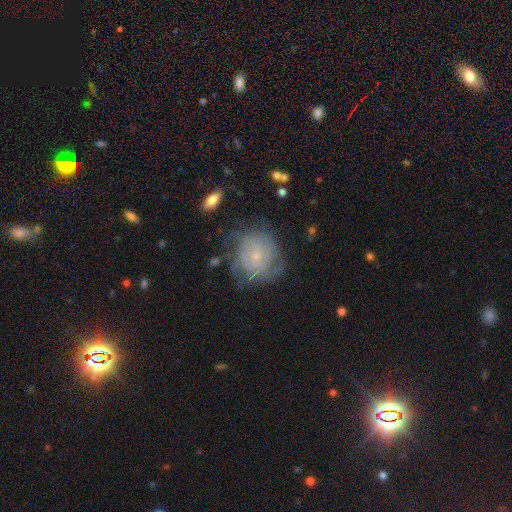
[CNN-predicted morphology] smooth_or_featured: featured or disk (p=0.64) [alt: smooth p=0.27]
disk_edge_on: no (p=0.97) [alt: yes p=0.03]
bar: no (p=0.73) [alt: weak p=0.23]
has_spiral_arms: yes (p=0.82) [alt: no p=0.18]
spiral_winding: tight (p=0.63) [alt: medium p=0.27]
spiral_arm_count: can't tell (p=0.54) [alt: 2 p=0.17]
bulge_size: small (p=0.75) [alt: moderate p=0.19]
merging: none (p=0.62) [alt: minor disturbance p=0.22]